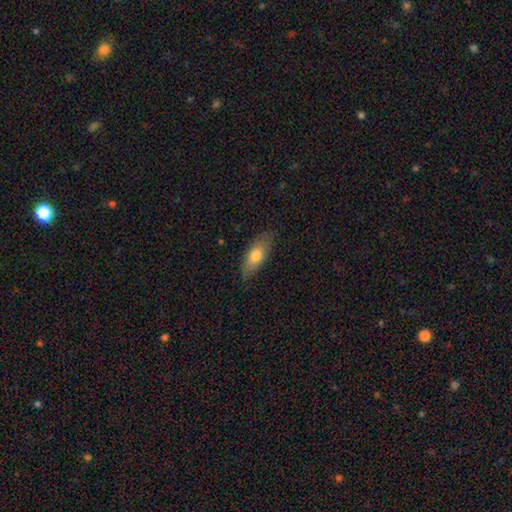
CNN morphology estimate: Smooth or featured? smooth (72%)
How rounded? in between (79%)
Merging? none (79%)